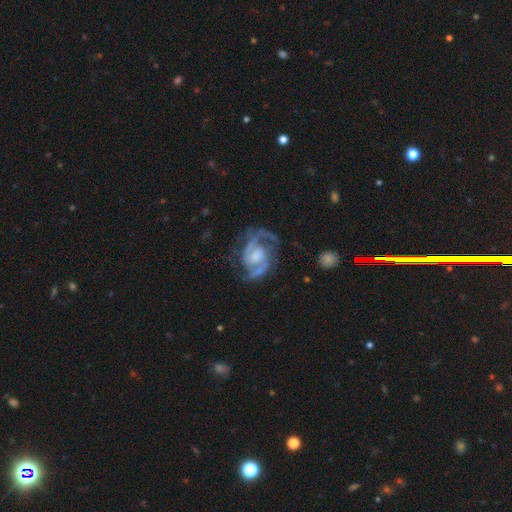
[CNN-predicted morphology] Smooth or featured? Predicted: featured or disk (p=0.87). Edge-on disk? Predicted: no (p=0.98). Bar? Predicted: no (p=0.45). Spiral arms? Predicted: yes (p=0.95). Spiral winding? Predicted: medium (p=0.54). Spiral arm count? Predicted: 2 (p=0.83). Bulge size? Predicted: moderate (p=0.34). Merging? Predicted: none (p=0.60).